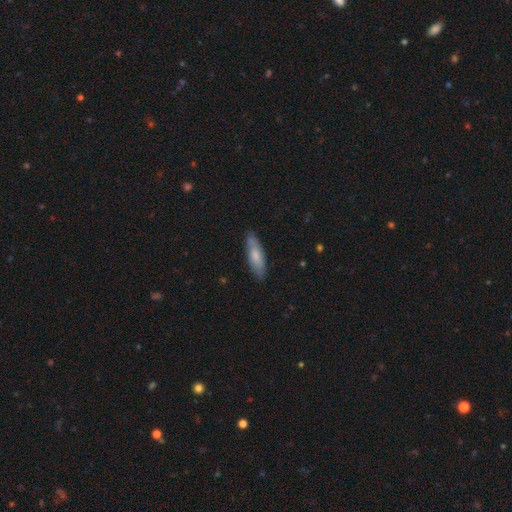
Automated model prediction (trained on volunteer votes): A smooth galaxy with no disk features (66%) that is cigar-shaped (49%, tied with in between).

Vote fractions:
- Smooth or featured? smooth: 66% / featured or disk: 29% / star or artifact: 6%
- How rounded? cigar-shaped: 49% (tied) / in between: 49% (tied) / round: 2%
- Merging? none: 81% / minor disturbance: 15% / major disturbance: 3% / merger: 1%